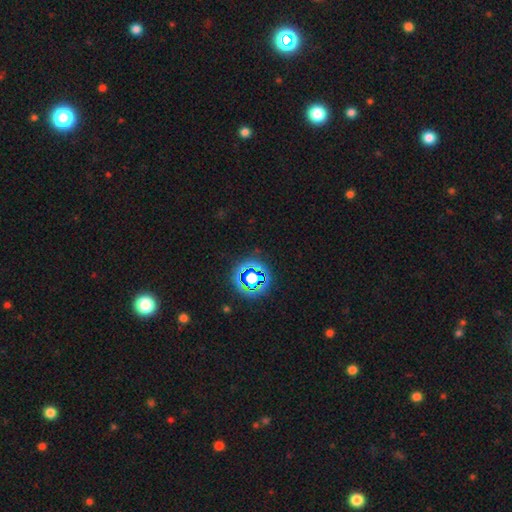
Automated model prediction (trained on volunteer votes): A star or artifact, not a galaxy (77%).

Vote fractions:
- Smooth or featured? star or artifact: 77% / smooth: 16% / featured or disk: 7%